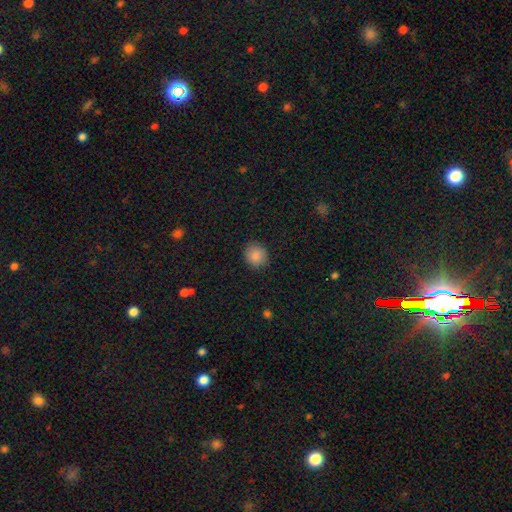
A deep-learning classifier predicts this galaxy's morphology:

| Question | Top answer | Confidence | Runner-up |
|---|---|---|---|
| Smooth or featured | smooth | 88% | star or artifact (9%) |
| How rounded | round | 84% | in between (15%) |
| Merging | none | 89% | minor disturbance (8%) |